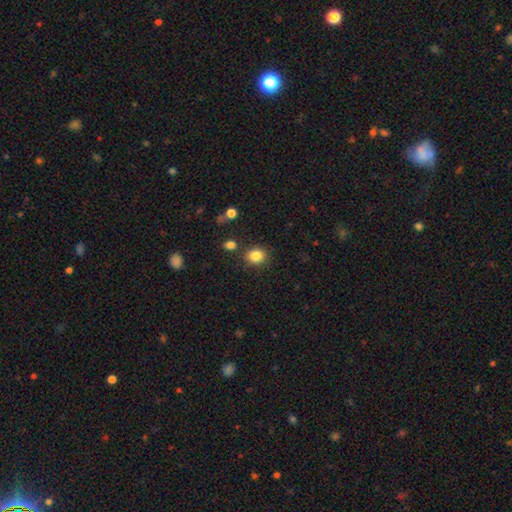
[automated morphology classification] Smooth or featured: smooth — 85% (star or artifact — 11%)
How rounded: round — 68% (in between — 31%)
Merging: none — 83% (minor disturbance — 9%)